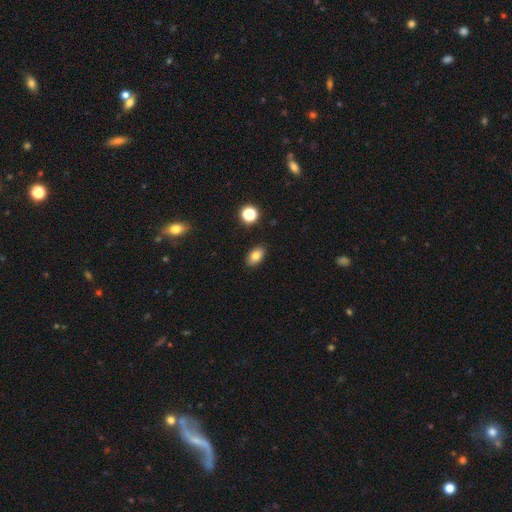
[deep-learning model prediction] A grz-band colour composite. It shows a smooth galaxy with no disk features (81%) that is in between round and cigar-shaped (88%). Merging: none (87%).